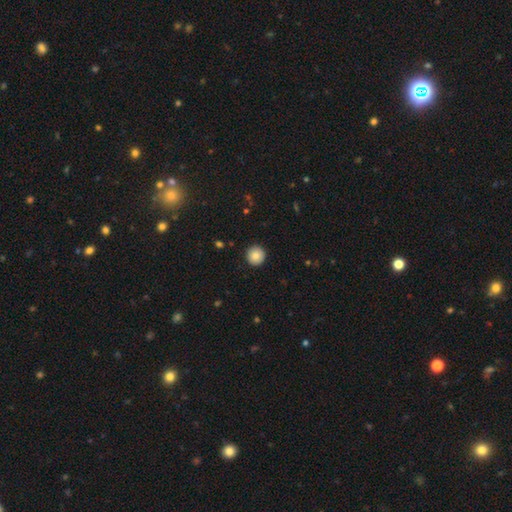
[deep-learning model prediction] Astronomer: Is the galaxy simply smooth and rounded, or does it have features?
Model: smooth — 83%.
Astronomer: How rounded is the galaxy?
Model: round — 95%.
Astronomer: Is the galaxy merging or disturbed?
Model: none — 92%.